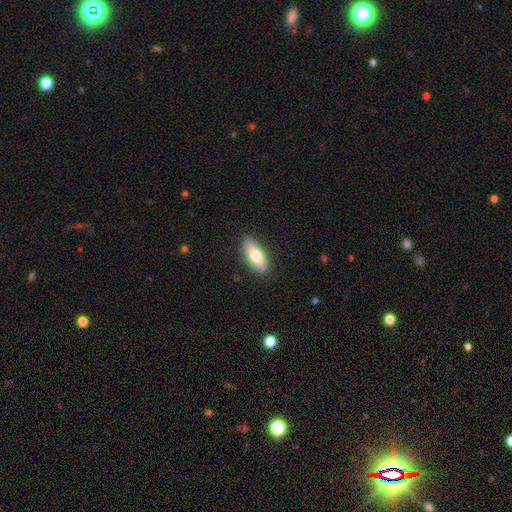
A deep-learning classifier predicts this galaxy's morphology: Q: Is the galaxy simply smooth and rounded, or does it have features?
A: smooth — 74%.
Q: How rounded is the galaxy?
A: in between — 75%.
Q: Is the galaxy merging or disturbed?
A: none — 87%.